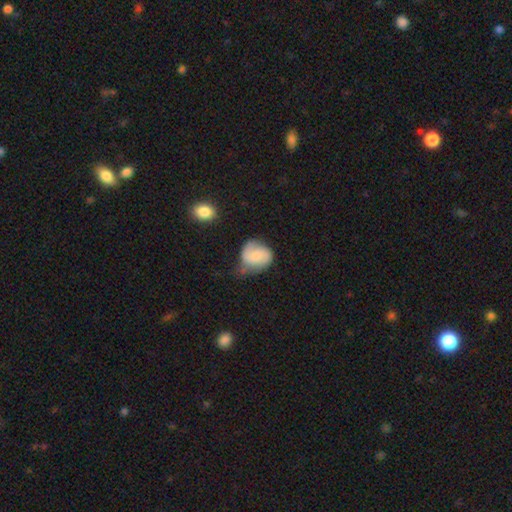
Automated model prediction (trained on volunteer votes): smooth_or_featured: smooth (p=0.57) [alt: featured or disk p=0.35]
how_rounded: round (p=0.63) [alt: in between p=0.35]
merging: none (p=0.42) [alt: minor disturbance p=0.37]